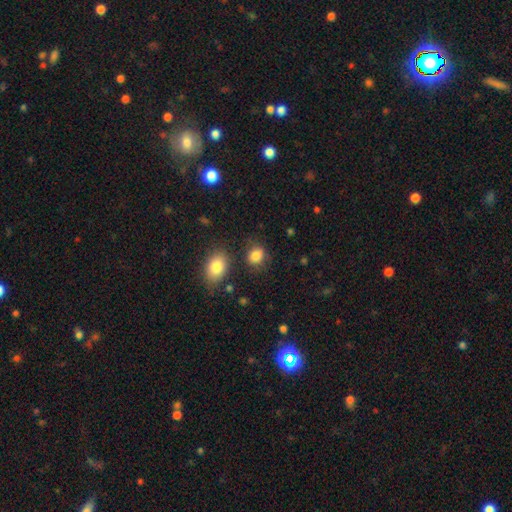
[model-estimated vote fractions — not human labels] This is clearly a smooth galaxy (84%). How rounded: possibly in between (52%). Merging: likely none (72%).